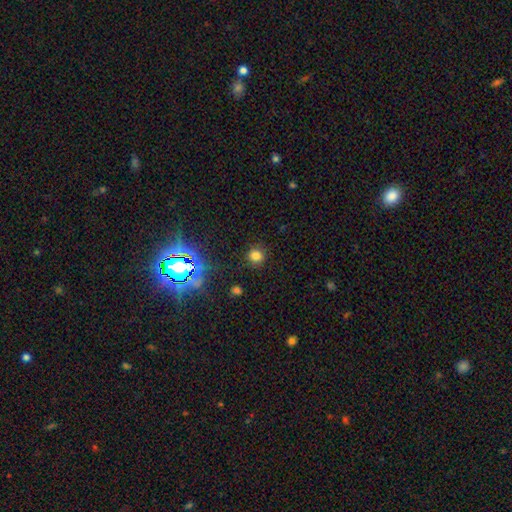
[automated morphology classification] Smooth or featured? Predicted: smooth (p=0.75). How rounded? Predicted: round (p=0.90). Merging? Predicted: none (p=0.88).